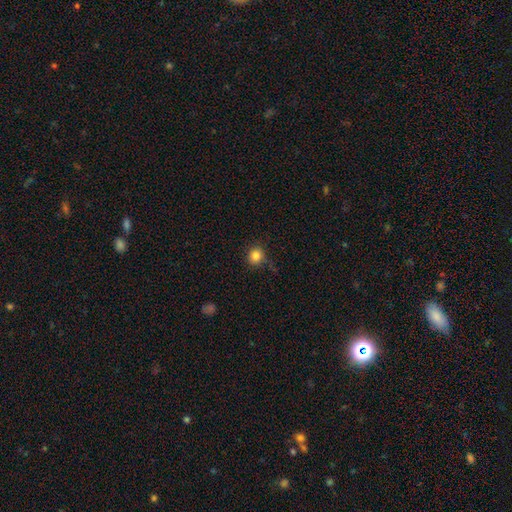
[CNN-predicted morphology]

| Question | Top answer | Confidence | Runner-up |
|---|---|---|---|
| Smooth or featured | smooth | 84% | star or artifact (11%) |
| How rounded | round | 89% | in between (10%) |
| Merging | none | 80% | minor disturbance (14%) |